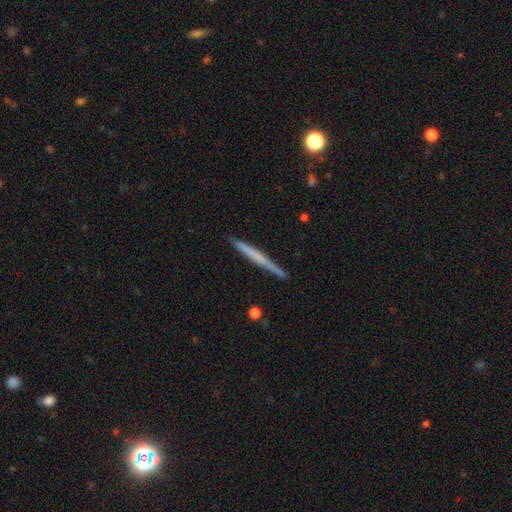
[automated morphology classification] Smooth or featured?
  - smooth: 48% *
  - featured or disk: 46%
  - star or artifact: 6%
Merging?
  - none: 90% *
  - minor disturbance: 7%
  - major disturbance: 1%
  - merger: 1%